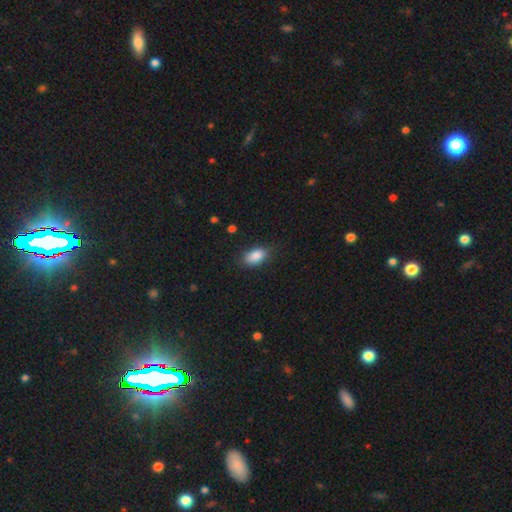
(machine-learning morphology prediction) smooth-or-featured: smooth: 87% | star or artifact: 7% | featured or disk: 5%
  how-rounded: in between: 91% | round: 6% | cigar-shaped: 3%
  merging: none: 81% | minor disturbance: 14% | major disturbance: 3% | merger: 1%